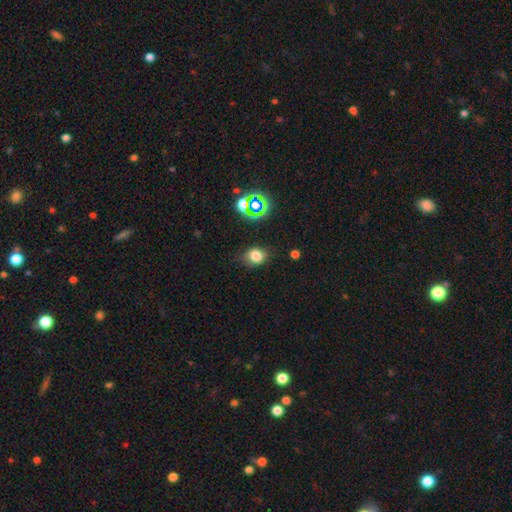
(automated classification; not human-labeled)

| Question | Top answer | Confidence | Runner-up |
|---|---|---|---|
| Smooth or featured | smooth | 76% | star or artifact (15%) |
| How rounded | in between | 51% | round (48%) |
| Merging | none | 74% | minor disturbance (19%) |